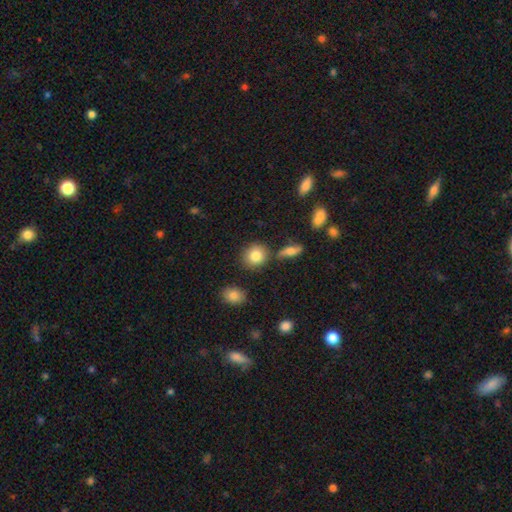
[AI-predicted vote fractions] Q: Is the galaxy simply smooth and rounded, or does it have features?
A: smooth — 83%.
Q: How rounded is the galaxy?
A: round — 83%.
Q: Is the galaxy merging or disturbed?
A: none — 80%.